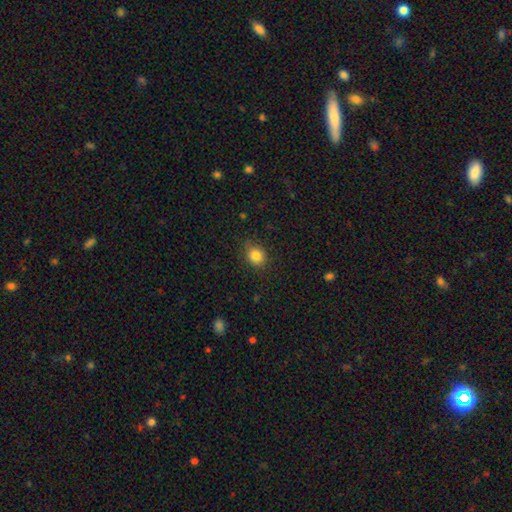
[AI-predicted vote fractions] Morphology: type=smooth (84%); roundness=round (74%); merging=none (85%).